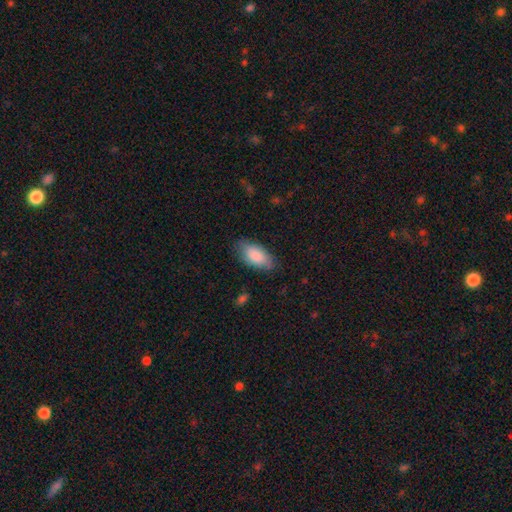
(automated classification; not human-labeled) Q: Smooth or featured?
A: smooth (87%); runner-up: featured or disk (8%)
Q: How rounded?
A: in between (93%); runner-up: cigar-shaped (5%)
Q: Merging?
A: none (77%); runner-up: minor disturbance (18%)